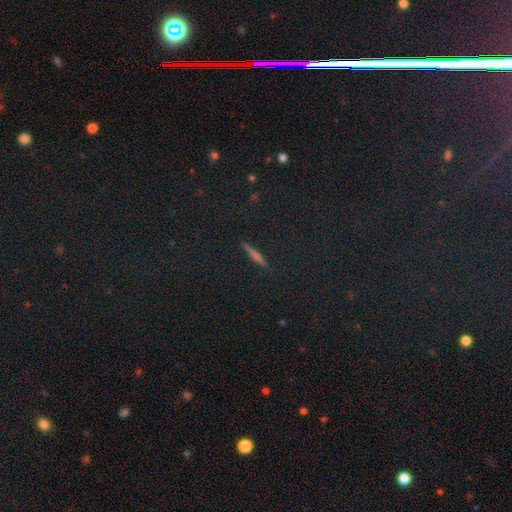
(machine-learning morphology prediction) type=smooth (42%); merging=none (90%).